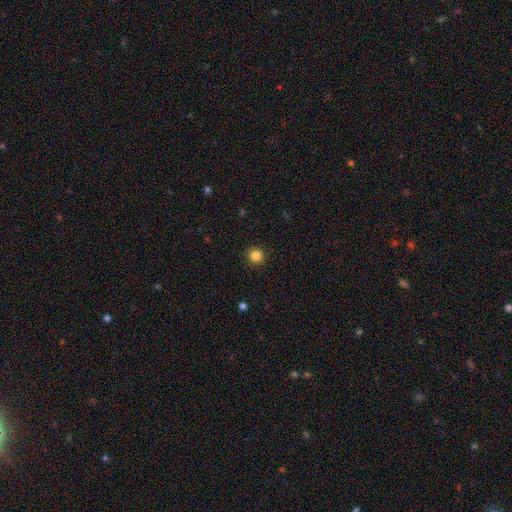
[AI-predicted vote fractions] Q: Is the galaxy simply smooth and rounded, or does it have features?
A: smooth — 85%.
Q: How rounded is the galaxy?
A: round — 93%.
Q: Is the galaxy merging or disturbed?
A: none — 93%.